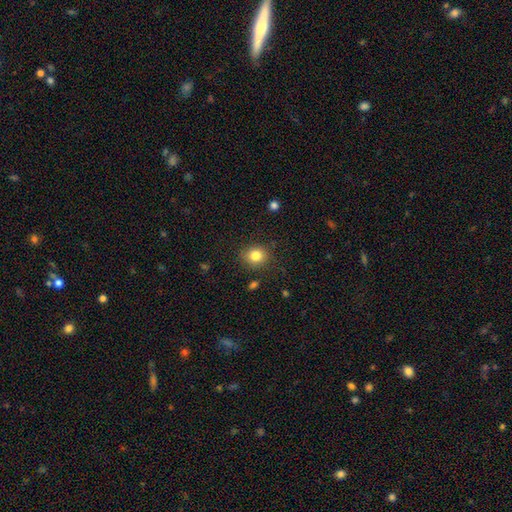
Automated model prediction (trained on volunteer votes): A smooth galaxy with no disk features (83%) that is round (72%).

Vote fractions:
- Smooth or featured? smooth: 83% / star or artifact: 11% / featured or disk: 7%
- How rounded? round: 72% / in between: 27% / cigar-shaped: 1%
- Merging? none: 85% / minor disturbance: 10% / major disturbance: 3% / merger: 2%